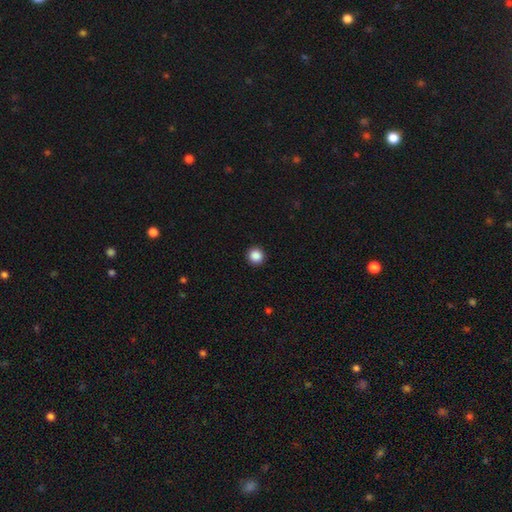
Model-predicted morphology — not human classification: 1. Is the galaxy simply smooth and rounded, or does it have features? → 87% smooth, 10% star or artifact, 3% featured or disk.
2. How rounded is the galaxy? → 95% round, 4% in between, 1% cigar-shaped.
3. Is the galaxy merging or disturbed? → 93% none, 4% minor disturbance, 2% major disturbance, 1% merger.